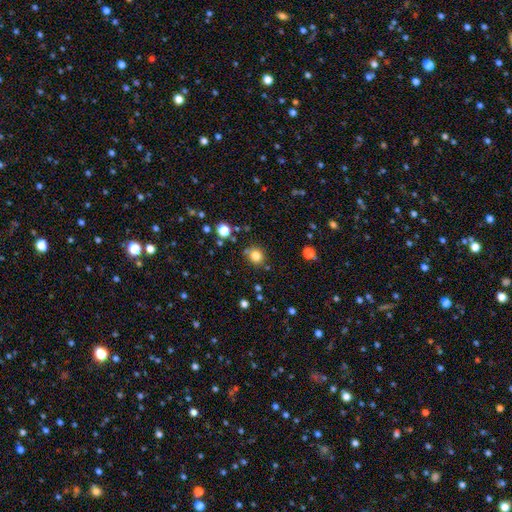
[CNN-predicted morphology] smooth-or-featured: smooth: 82% | star or artifact: 13% | featured or disk: 5%
  how-rounded: round: 85% | in between: 14% | cigar-shaped: 1%
  merging: none: 81% | minor disturbance: 10% | merger: 6% | major disturbance: 3%